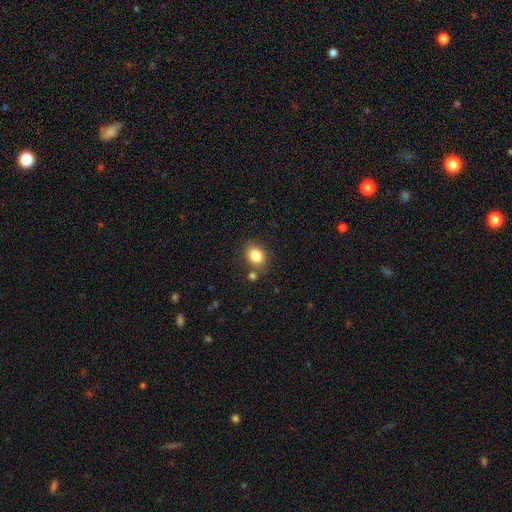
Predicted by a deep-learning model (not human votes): smooth-or-featured: smooth: 82% | star or artifact: 10% | featured or disk: 8%
  how-rounded: in between: 53% | round: 46% | cigar-shaped: 1%
  merging: none: 76% | minor disturbance: 12% | merger: 8% | major disturbance: 3%